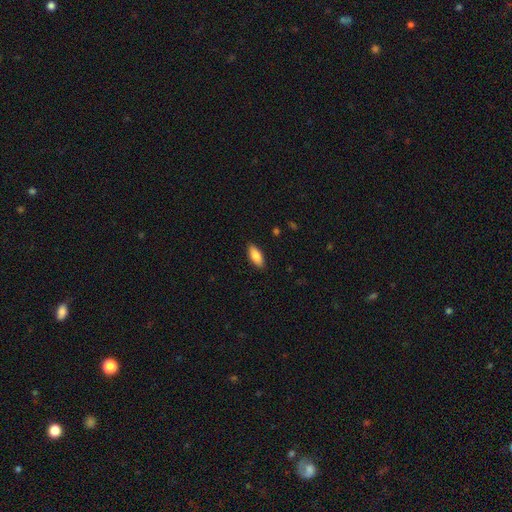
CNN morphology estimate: Smooth or featured? smooth (86%)
How rounded? in between (80%)
Merging? none (89%)